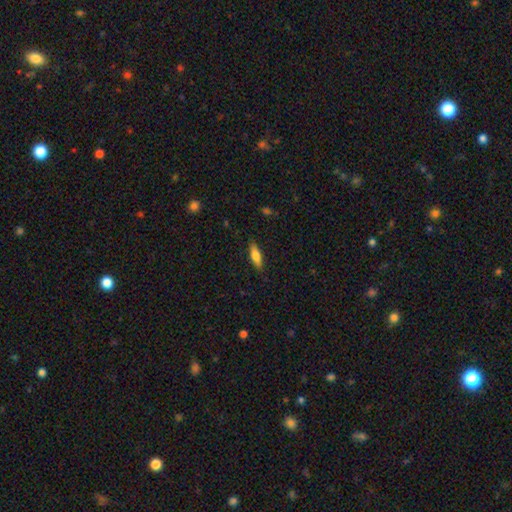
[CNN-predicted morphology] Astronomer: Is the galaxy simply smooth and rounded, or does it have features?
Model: smooth — 72%.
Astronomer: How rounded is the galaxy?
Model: cigar-shaped — 51% (runner-up: in between, 47%).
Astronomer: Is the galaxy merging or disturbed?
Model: none — 85%.